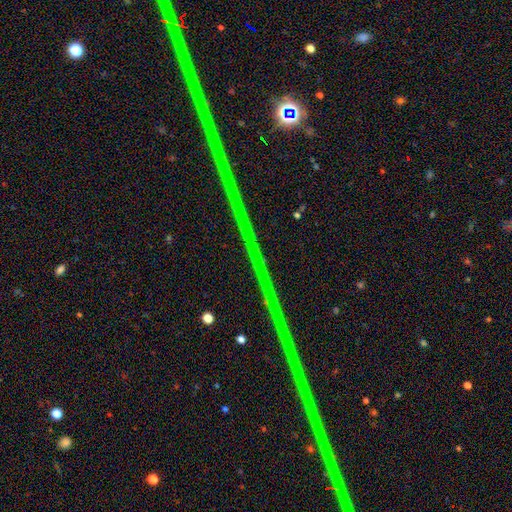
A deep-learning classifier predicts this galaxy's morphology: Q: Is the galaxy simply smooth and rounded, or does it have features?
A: star or artifact — 90%.